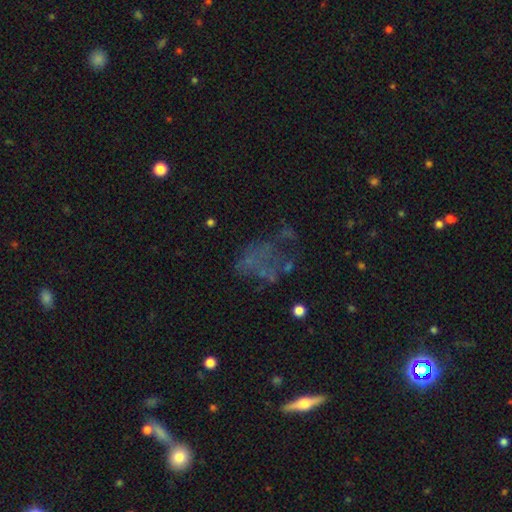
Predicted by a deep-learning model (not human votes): A featured or disk galaxy (42%). Merging: none (47%).